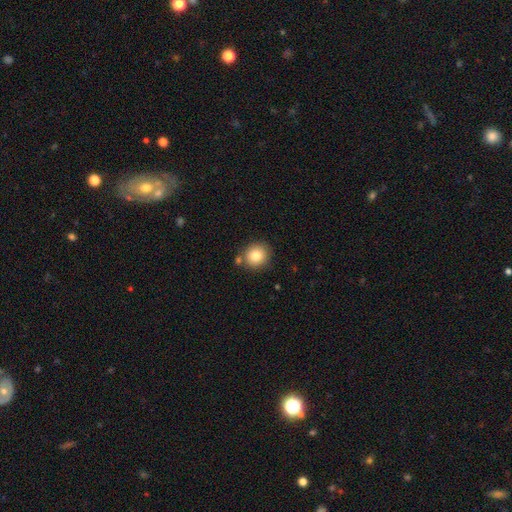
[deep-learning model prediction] Overall: smooth (81%). How rounded: round (85%). Merging: none (78%).